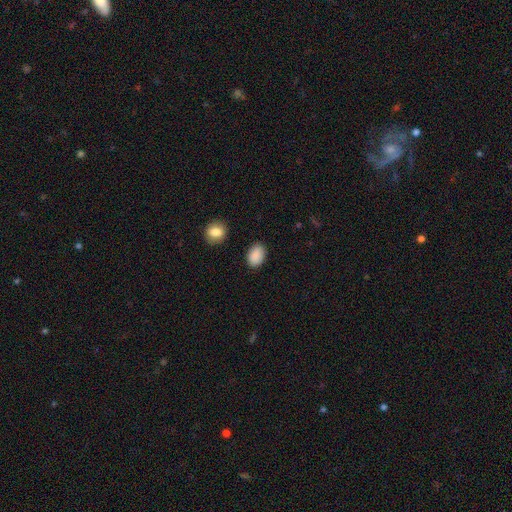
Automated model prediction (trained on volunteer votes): Smooth or featured? smooth (90%)
How rounded? in between (84%)
Merging? none (85%)